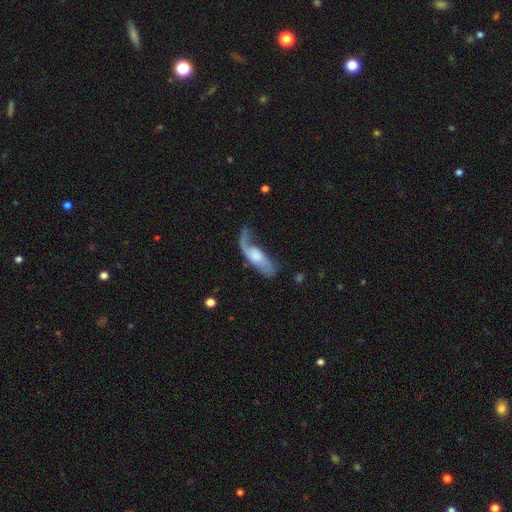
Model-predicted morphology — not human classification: Overall: featured or disk (69%). Edge-on disk: no (86%). Bar: no (63%; weak 30%). Spiral arms: yes (89%). Spiral arm count: 2 (53%; 1 39%). Spiral winding: loose (63%; medium 27%). Bulge size: moderate (35%; large 24%). Merging: none (38%; major disturbance 34%).